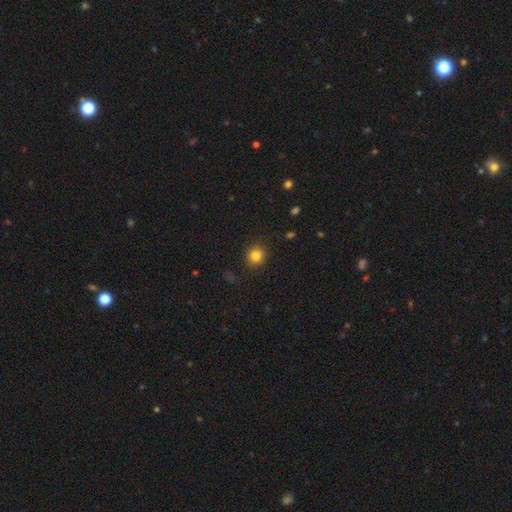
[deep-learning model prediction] Q: Smooth or featured?
A: smooth (83%); runner-up: star or artifact (11%)
Q: How rounded?
A: round (88%); runner-up: in between (11%)
Q: Merging?
A: none (90%); runner-up: minor disturbance (6%)